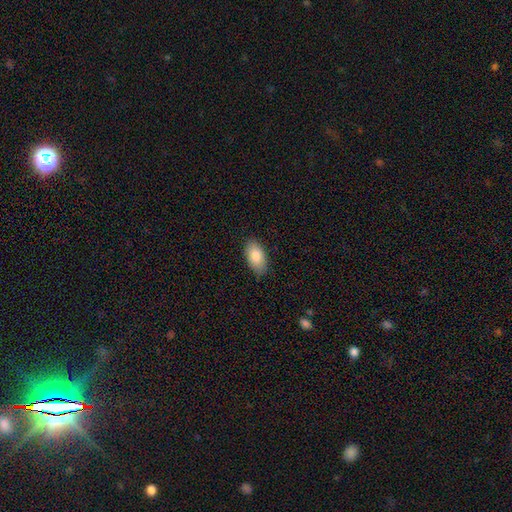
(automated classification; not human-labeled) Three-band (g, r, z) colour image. It shows a smooth galaxy with no disk features (85%) that is in between round and cigar-shaped (94%). Merging: none (84%).